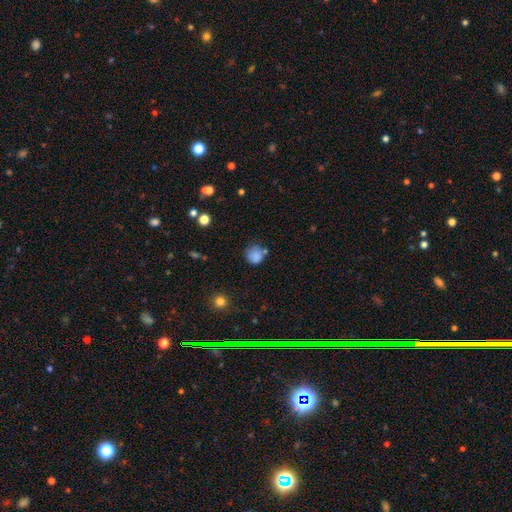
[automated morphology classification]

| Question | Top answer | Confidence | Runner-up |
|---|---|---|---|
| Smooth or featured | smooth | 82% | star or artifact (11%) |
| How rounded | round | 86% | in between (13%) |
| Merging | none | 62% | minor disturbance (22%) |